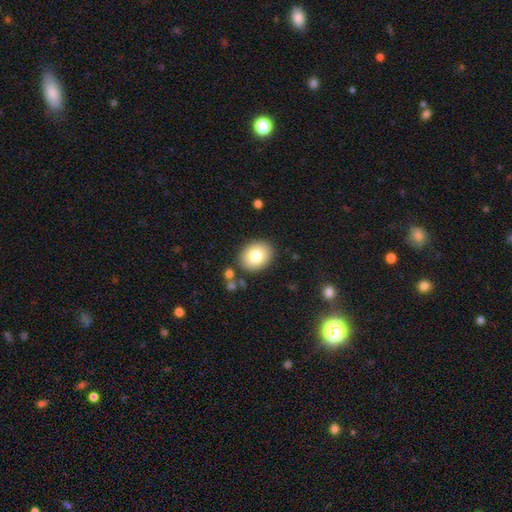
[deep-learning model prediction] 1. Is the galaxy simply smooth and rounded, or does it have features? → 78% smooth, 13% featured or disk, 9% star or artifact.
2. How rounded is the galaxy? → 54% in between, 45% round, 1% cigar-shaped.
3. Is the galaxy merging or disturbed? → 86% none, 9% minor disturbance, 3% merger, 3% major disturbance.